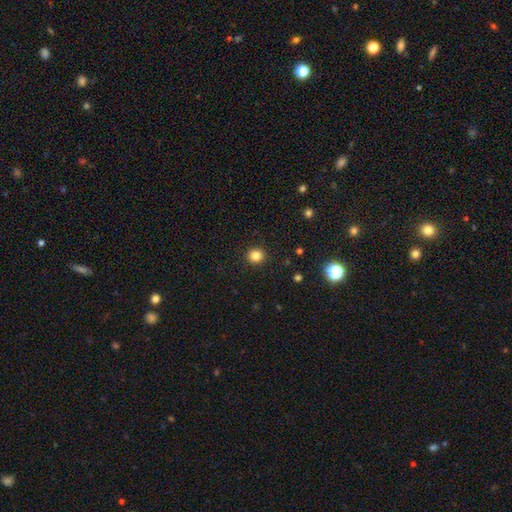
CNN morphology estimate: A smooth galaxy with no disk features (83%) that is round (91%).

Vote fractions:
- Smooth or featured? smooth: 83% / star or artifact: 12% / featured or disk: 5%
- How rounded? round: 91% / in between: 8% / cigar-shaped: 1%
- Merging? none: 92% / minor disturbance: 5% / major disturbance: 2% / merger: 1%